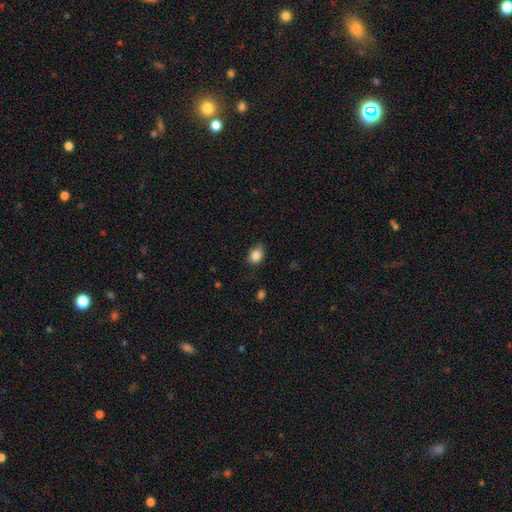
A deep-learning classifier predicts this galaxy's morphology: A smooth galaxy with no disk features (84%) that is in between round and cigar-shaped (69%). Merging: none (66%).